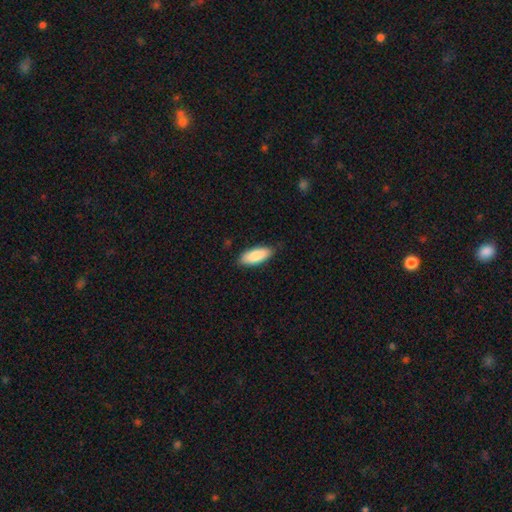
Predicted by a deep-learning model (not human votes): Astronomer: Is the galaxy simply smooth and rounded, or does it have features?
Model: smooth — 86%.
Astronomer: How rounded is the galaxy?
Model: in between — 78%.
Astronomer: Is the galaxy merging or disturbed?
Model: none — 83%.